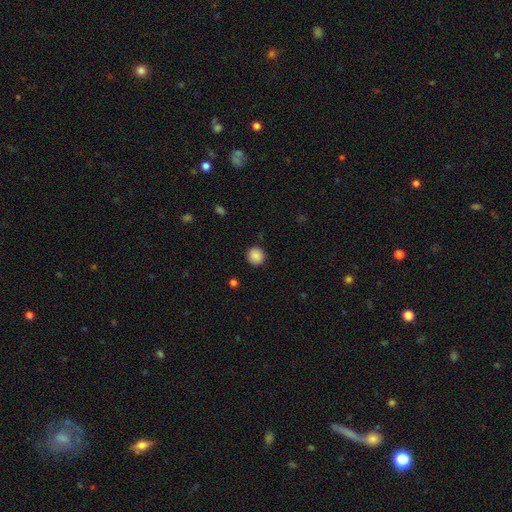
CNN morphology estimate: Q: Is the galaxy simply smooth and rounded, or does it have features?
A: smooth — 87%.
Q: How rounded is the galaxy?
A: round — 93%.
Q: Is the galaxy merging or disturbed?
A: none — 90%.